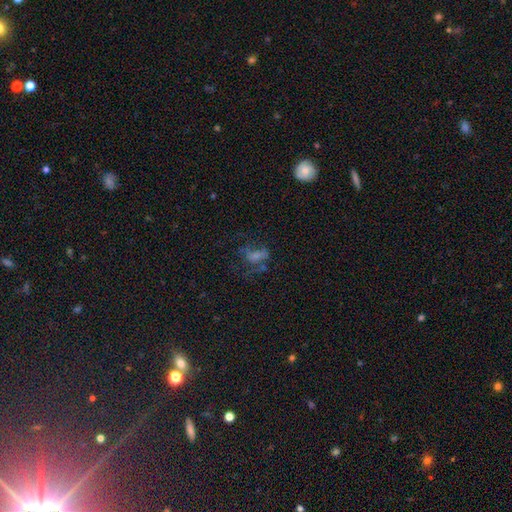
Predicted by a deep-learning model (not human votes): This is marginally a featured or disk galaxy (39%). Merging: possibly none (45%).